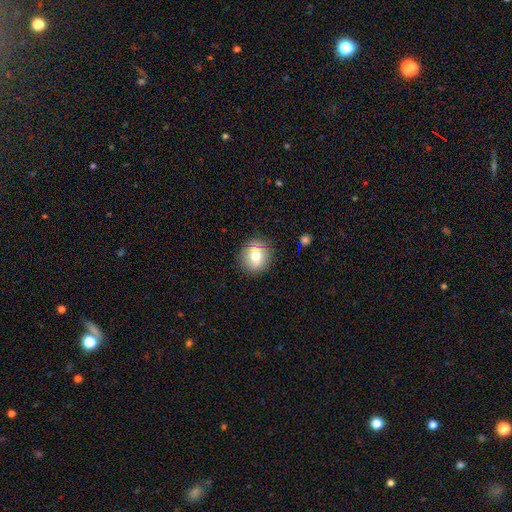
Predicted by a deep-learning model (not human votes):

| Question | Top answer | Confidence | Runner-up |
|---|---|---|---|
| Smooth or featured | smooth | 72% | featured or disk (17%) |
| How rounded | round | 83% | in between (16%) |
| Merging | none | 85% | minor disturbance (11%) |